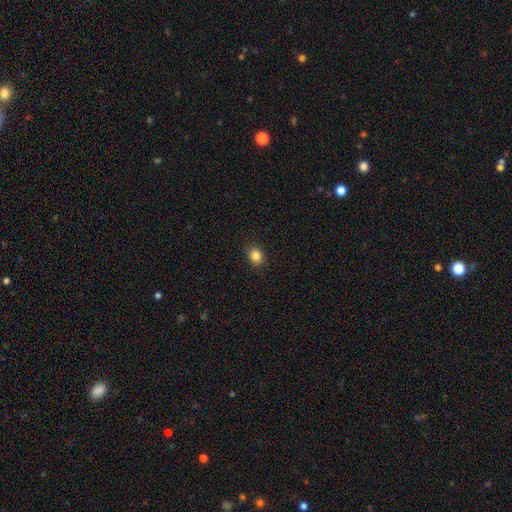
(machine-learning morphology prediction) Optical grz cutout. It shows a smooth galaxy with no disk features (84%) that is round (51%). Merging: none (88%).